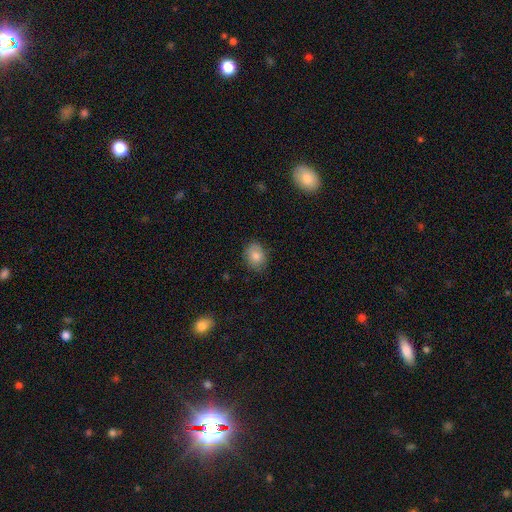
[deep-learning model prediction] Overall: smooth (83%). How rounded: round (51%; in between 48%). Merging: none (82%).